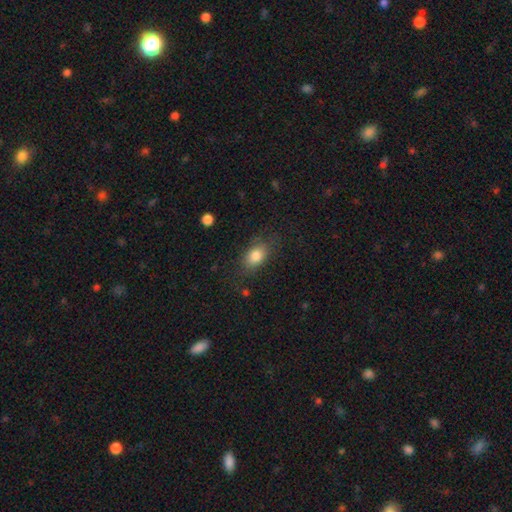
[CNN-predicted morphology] Smooth or featured? smooth (82%)
How rounded? in between (83%)
Merging? none (75%)